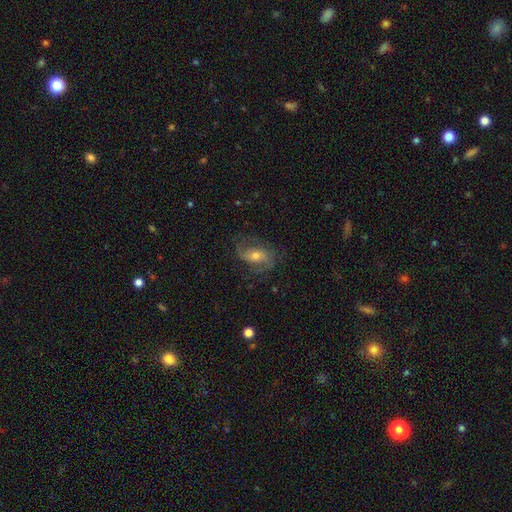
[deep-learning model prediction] smooth-or-featured: featured or disk: 73% | smooth: 18% | star or artifact: 9%
  disk-edge-on: no: 95% | yes: 5%
    bar: no: 43% | weak: 38% | strong: 19%
    has-spiral-arms: yes: 91% | no: 9%
      spiral-winding: medium: 44% | loose: 38% | tight: 18%
      spiral-arm-count: 2: 77% | can't tell: 11% | 1: 6% | 3: 4% | 4: 2% | more than 4: 2%
    bulge-size: moderate: 55% | small: 37% | large: 5% | none: 2% | dominant: 1%
  merging: none: 67% | minor disturbance: 18% | major disturbance: 13% | merger: 1%